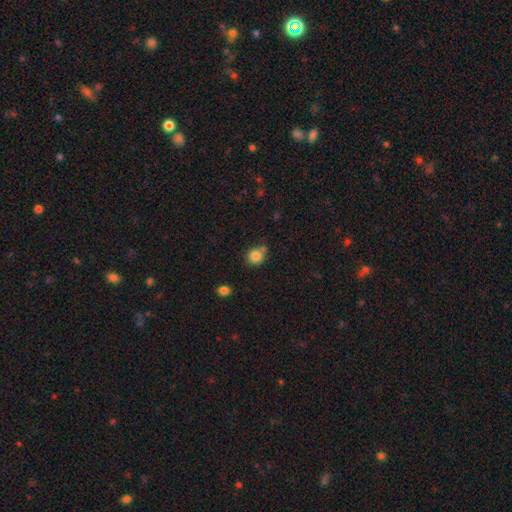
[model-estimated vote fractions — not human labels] Overall: smooth (83%). How rounded: round (86%). Merging: none (66%).